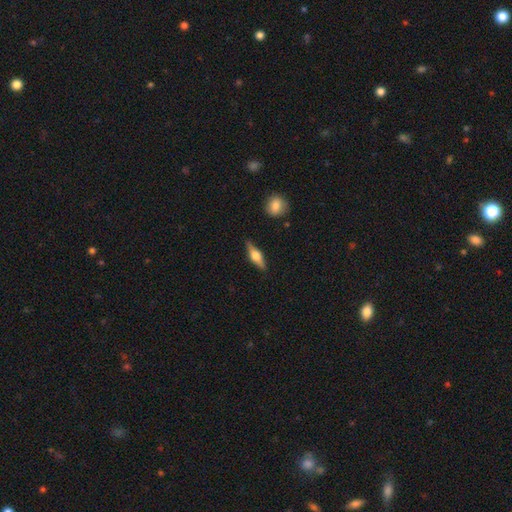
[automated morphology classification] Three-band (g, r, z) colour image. It shows a featured or disk galaxy (62%) viewed edge-on (96%) with a rounded central bulge (91%). Merging: none (87%).